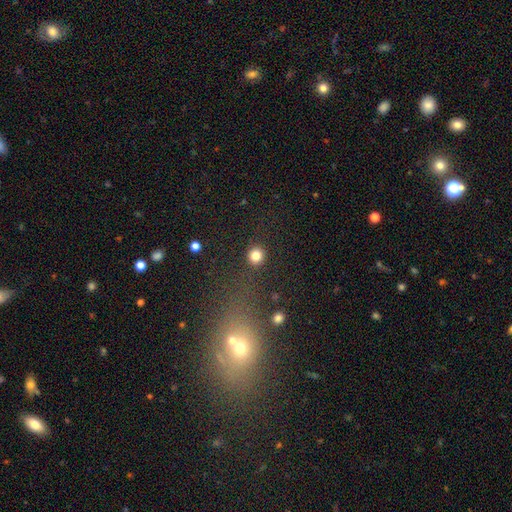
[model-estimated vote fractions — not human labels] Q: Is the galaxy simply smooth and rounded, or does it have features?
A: smooth — 83%.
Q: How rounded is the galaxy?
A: round — 91%.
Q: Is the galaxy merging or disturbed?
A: none — 89%.